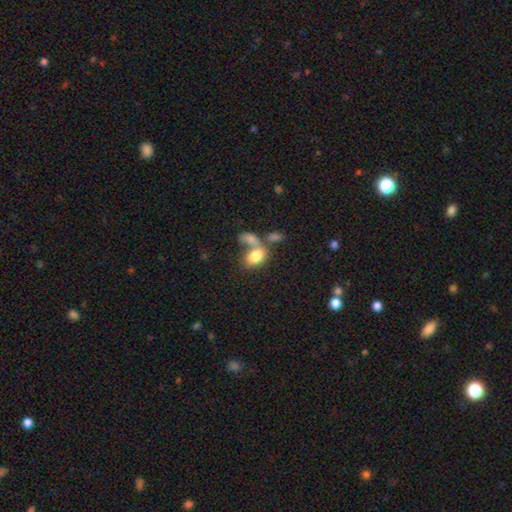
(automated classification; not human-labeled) Overall: smooth (78%). How rounded: in between (86%). Merging: merger (54%; none 28%).